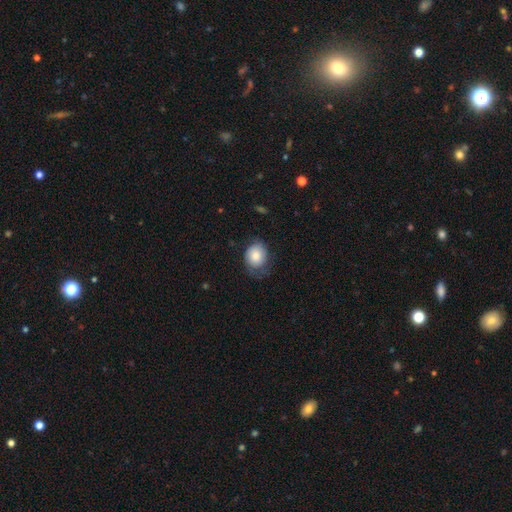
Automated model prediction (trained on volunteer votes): smooth_or_featured: smooth (p=0.76) [alt: featured or disk p=0.17]
how_rounded: round (p=0.54) [alt: in between p=0.45]
merging: none (p=0.51) [alt: minor disturbance p=0.32]